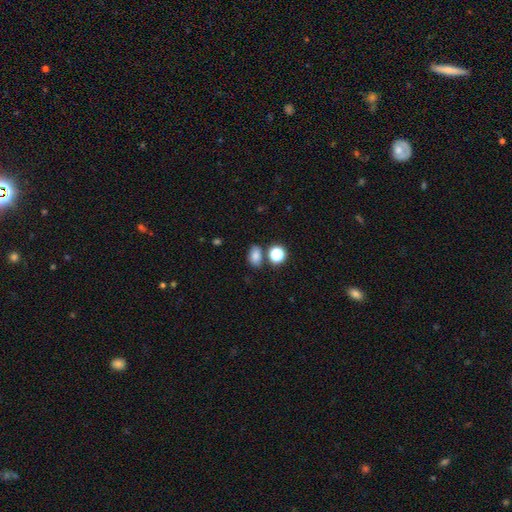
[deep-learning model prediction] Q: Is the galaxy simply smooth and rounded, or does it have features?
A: smooth — 79%.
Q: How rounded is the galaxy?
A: in between — 76%.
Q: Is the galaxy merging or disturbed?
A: none — 73%.